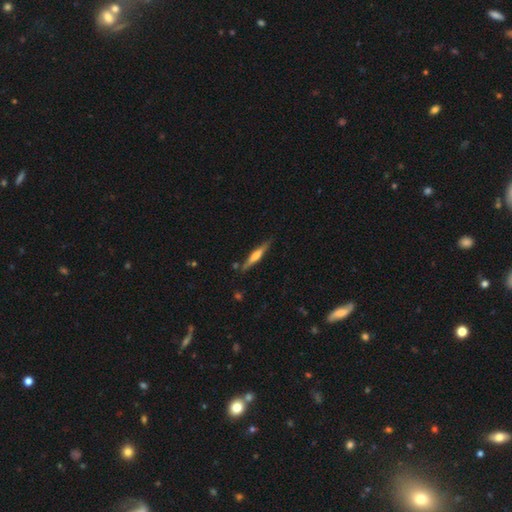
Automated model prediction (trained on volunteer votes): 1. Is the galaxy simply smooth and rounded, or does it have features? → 55% featured or disk, 39% smooth, 6% star or artifact.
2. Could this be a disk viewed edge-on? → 96% yes, 4% no.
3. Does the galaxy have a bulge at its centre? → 66% rounded, 20% boxy, 15% none.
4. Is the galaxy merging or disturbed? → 84% none, 11% minor disturbance, 3% merger, 2% major disturbance.